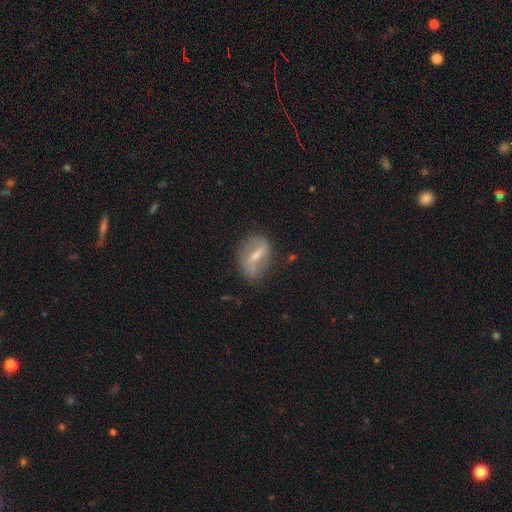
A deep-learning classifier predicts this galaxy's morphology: smooth_or_featured: featured or disk (p=0.61) [alt: smooth p=0.29]
disk_edge_on: no (p=0.90) [alt: yes p=0.10]
bar: strong (p=0.50) [alt: weak p=0.37]
has_spiral_arms: yes (p=0.59) [alt: no p=0.41]
bulge_size: small (p=0.46) [alt: moderate p=0.39]
merging: none (p=0.69) [alt: minor disturbance p=0.21]